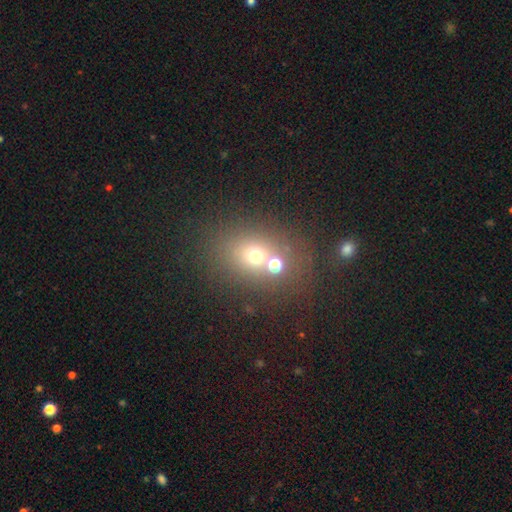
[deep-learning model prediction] smooth_or_featured: smooth (p=0.62) [alt: star or artifact p=0.23]
how_rounded: round (p=0.64) [alt: in between p=0.35]
merging: none (p=0.53) [alt: merger p=0.33]